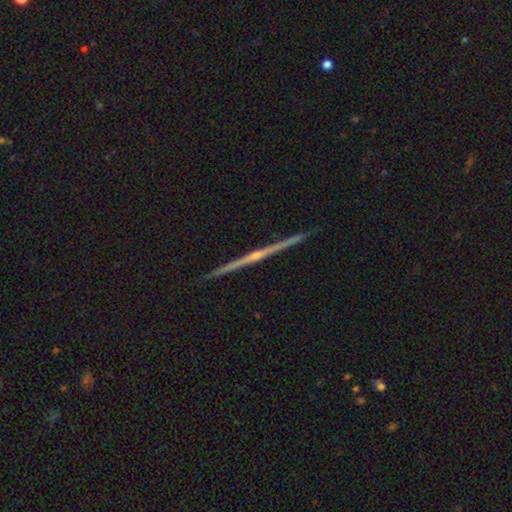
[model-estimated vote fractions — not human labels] featured or disk 73%, smooth 15%, star or artifact 12%. Down the decision tree: edge-on disk — yes (98%); edge-on bulge — rounded (50%); merging — none (92%).